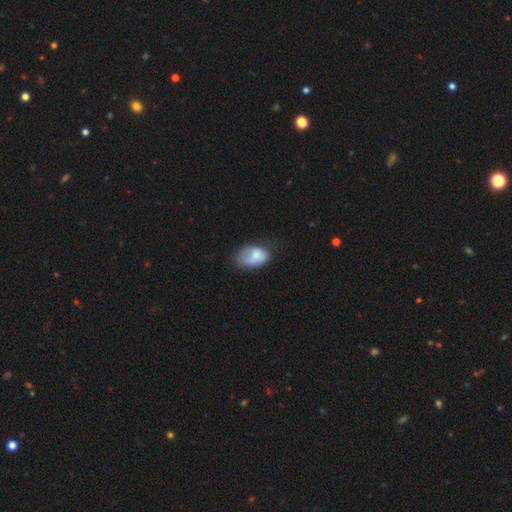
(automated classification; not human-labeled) A smooth galaxy with no disk features (75%) that is in between round and cigar-shaped (90%). Merging: none (42%).